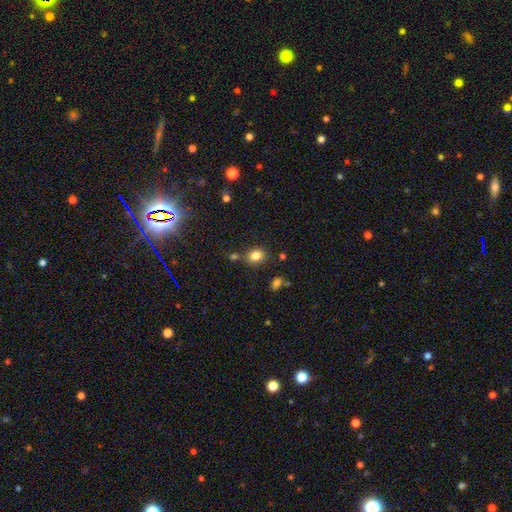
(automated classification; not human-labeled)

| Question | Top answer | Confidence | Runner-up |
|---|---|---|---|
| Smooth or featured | smooth | 82% | star or artifact (12%) |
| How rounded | in between | 51% | round (48%) |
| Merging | none | 74% | minor disturbance (13%) |